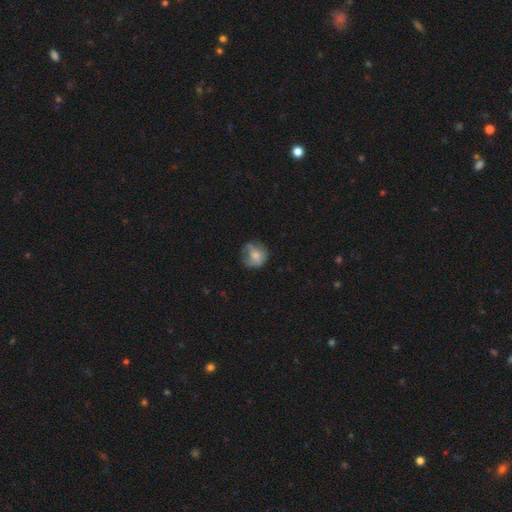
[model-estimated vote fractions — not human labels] The model was most divided on "merging": none: 57%, minor disturbance: 26%, major disturbance: 15%, merger: 2%. More confident: how rounded — round (78%); smooth or featured — smooth (65%).